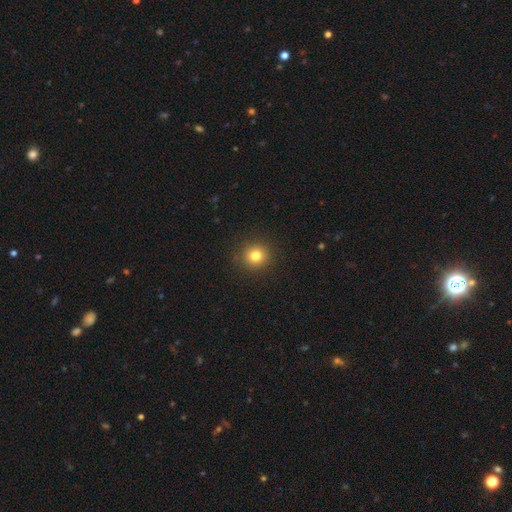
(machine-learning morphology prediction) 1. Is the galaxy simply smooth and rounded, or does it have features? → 80% smooth, 13% star or artifact, 7% featured or disk.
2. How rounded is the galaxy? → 93% round, 6% in between, 1% cigar-shaped.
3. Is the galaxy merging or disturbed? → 92% none, 5% minor disturbance, 2% major disturbance, 1% merger.